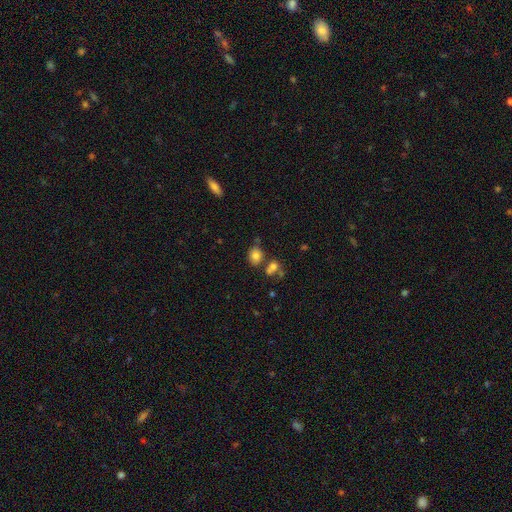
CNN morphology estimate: smooth_or_featured: smooth (p=0.80) [alt: star or artifact p=0.12]
how_rounded: in between (p=0.55) [alt: round p=0.44]
merging: none (p=0.63) [alt: merger p=0.18]